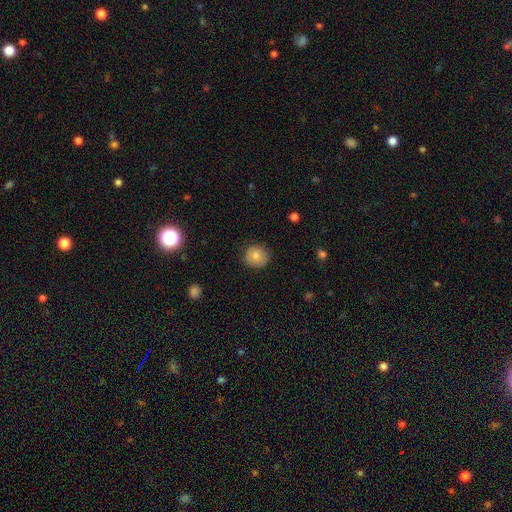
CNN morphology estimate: Q: Smooth or featured?
A: smooth (82%); runner-up: featured or disk (10%)
Q: How rounded?
A: round (92%); runner-up: in between (8%)
Q: Merging?
A: none (87%); runner-up: minor disturbance (9%)